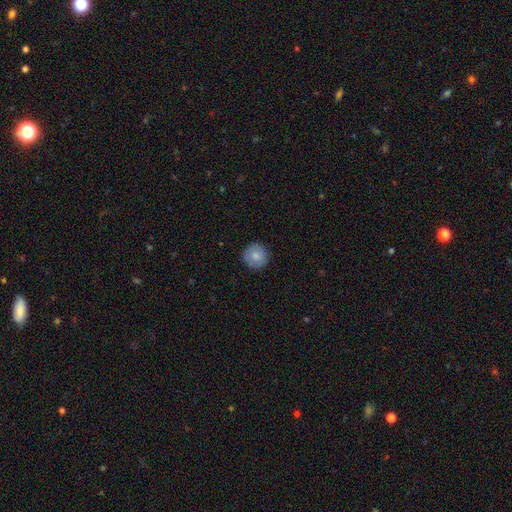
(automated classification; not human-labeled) smooth-or-featured: smooth: 83% | featured or disk: 9% | star or artifact: 7%
  how-rounded: round: 95% | in between: 4% | cigar-shaped: 1%
  merging: none: 90% | minor disturbance: 8% | major disturbance: 2% | merger: 1%